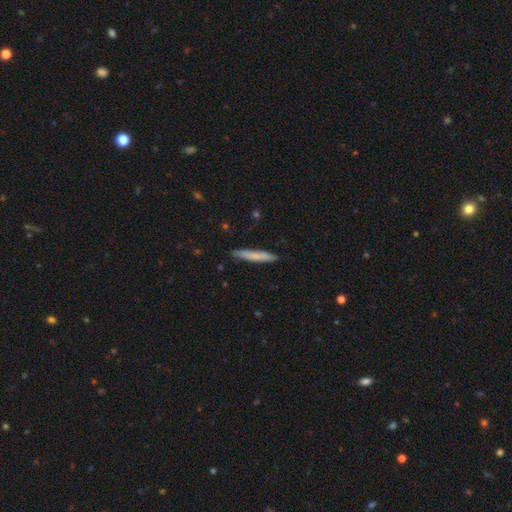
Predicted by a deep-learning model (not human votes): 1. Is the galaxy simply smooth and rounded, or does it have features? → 74% smooth, 20% featured or disk, 6% star or artifact.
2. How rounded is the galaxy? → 96% cigar-shaped, 3% in between, 1% round.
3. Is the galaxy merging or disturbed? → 89% none, 9% minor disturbance, 1% major disturbance, 1% merger.